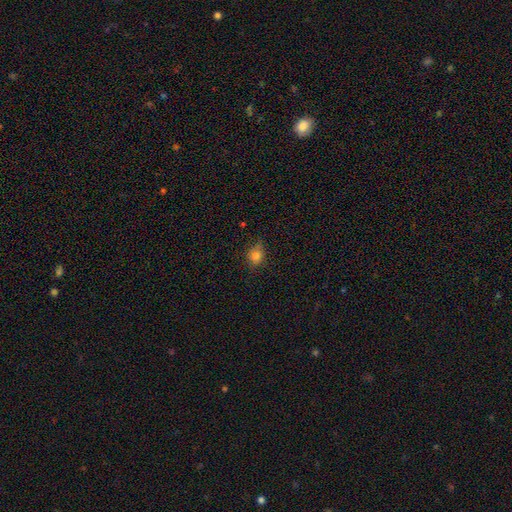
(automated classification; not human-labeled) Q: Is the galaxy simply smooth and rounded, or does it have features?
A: smooth — 81%.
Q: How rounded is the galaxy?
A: round — 67%.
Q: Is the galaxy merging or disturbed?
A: none — 69%.